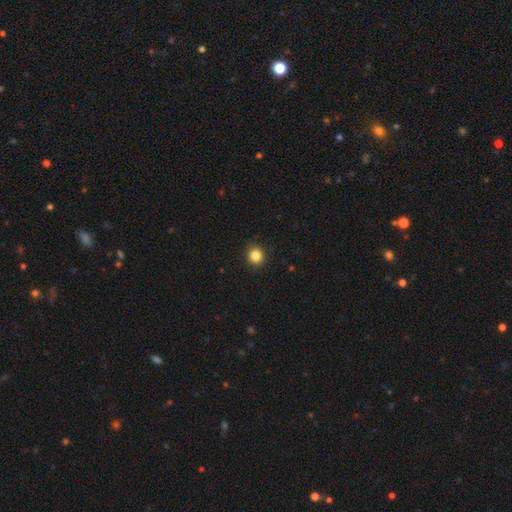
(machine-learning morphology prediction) The model was most divided on "smooth or featured": smooth: 85%, star or artifact: 11%, featured or disk: 4%. More confident: merging — none (92%); how rounded — round (87%).